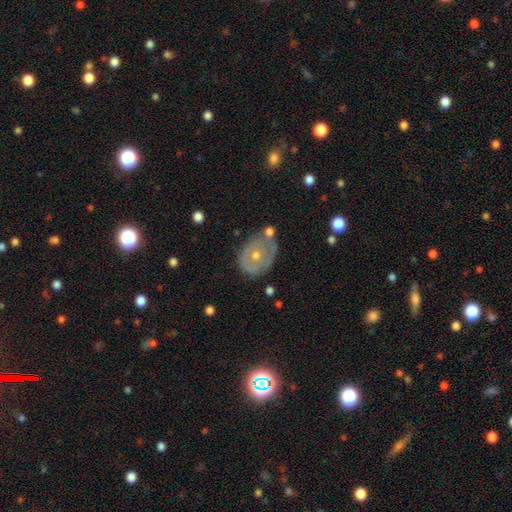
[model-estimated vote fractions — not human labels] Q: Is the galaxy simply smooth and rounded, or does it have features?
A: featured or disk — 57%.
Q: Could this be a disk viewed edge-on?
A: no — 94%.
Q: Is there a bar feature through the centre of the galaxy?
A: no — 89%.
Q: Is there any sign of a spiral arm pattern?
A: no — 65%.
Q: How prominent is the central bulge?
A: small — 50%.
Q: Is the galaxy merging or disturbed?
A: none — 60%.